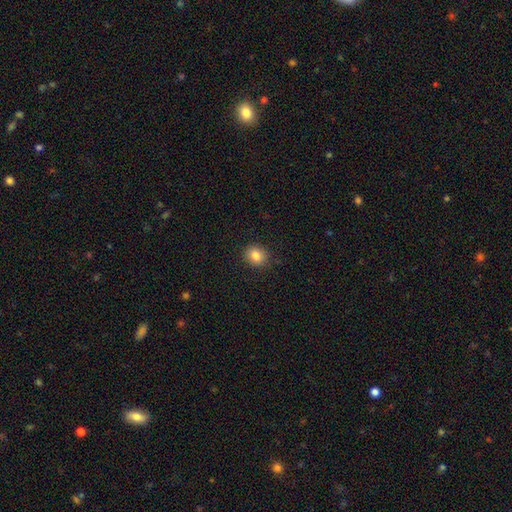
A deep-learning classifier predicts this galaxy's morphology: Smooth or featured?
  - smooth: 82% *
  - star or artifact: 11%
  - featured or disk: 7%
How rounded?
  - round: 78% *
  - in between: 21%
  - cigar-shaped: 1%
Merging?
  - none: 89% *
  - minor disturbance: 8%
  - major disturbance: 2%
  - merger: 1%